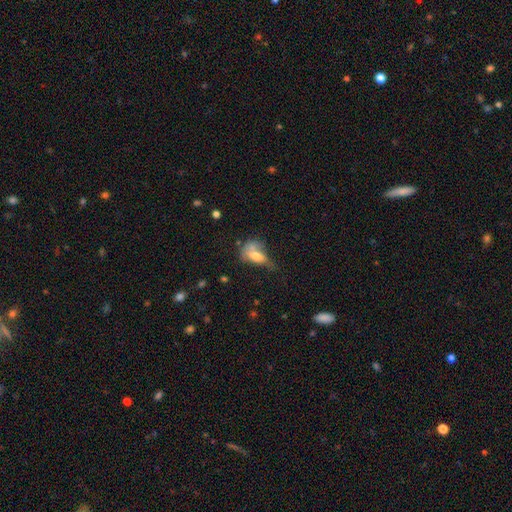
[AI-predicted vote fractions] Morphology: type=smooth (61%); roundness=in between (79%); merging=major disturbance (34%).